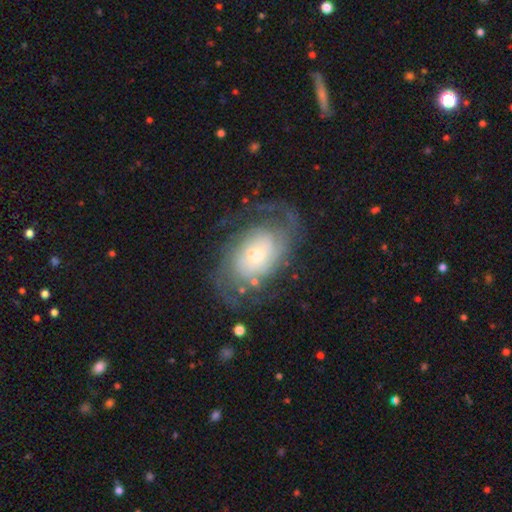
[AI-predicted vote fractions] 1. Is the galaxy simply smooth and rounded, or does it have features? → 78% featured or disk, 16% smooth, 7% star or artifact.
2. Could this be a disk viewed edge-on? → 96% no, 4% yes.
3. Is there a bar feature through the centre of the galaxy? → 66% no, 28% weak, 6% strong.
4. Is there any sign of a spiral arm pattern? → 87% yes, 13% no.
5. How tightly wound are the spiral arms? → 43% tight, 37% medium, 20% loose.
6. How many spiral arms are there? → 41% 2, 35% can't tell, 9% 3, 7% 1, 5% 4, 4% more than 4.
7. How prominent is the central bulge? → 51% small, 37% moderate, 8% large, 2% none, 2% dominant.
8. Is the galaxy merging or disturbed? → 57% none, 20% major disturbance, 18% minor disturbance, 5% merger.